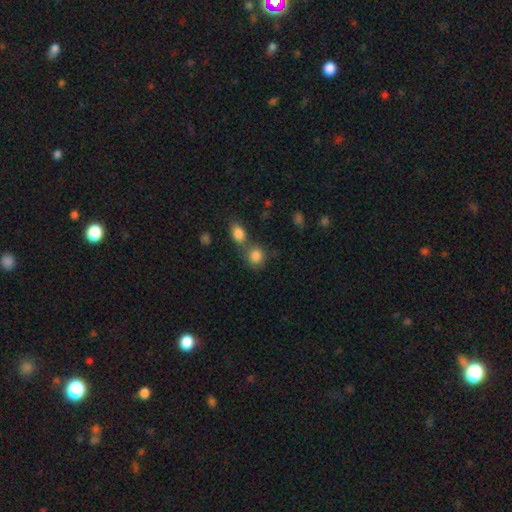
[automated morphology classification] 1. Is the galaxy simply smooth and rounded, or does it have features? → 84% smooth, 10% star or artifact, 6% featured or disk.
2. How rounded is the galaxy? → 69% round, 29% in between, 1% cigar-shaped.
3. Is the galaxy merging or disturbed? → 45% none, 41% merger, 10% minor disturbance, 4% major disturbance.